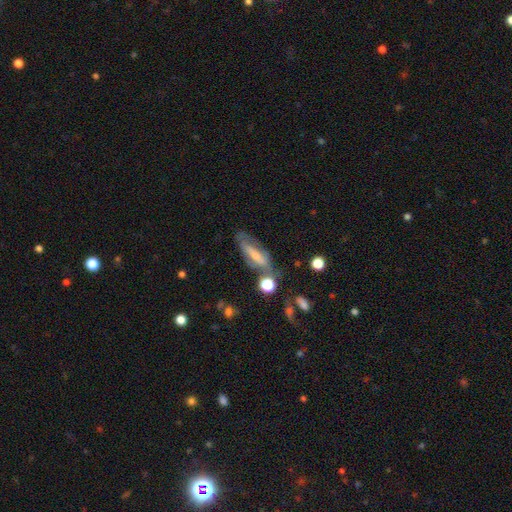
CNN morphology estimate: A featured or disk galaxy (52%).

Vote fractions:
- Smooth or featured? featured or disk: 52% / smooth: 38% / star or artifact: 10%
- Edge-on disk? no: 65% / yes: 35%
- Merging? none: 55% / minor disturbance: 23% / major disturbance: 13% / merger: 9%